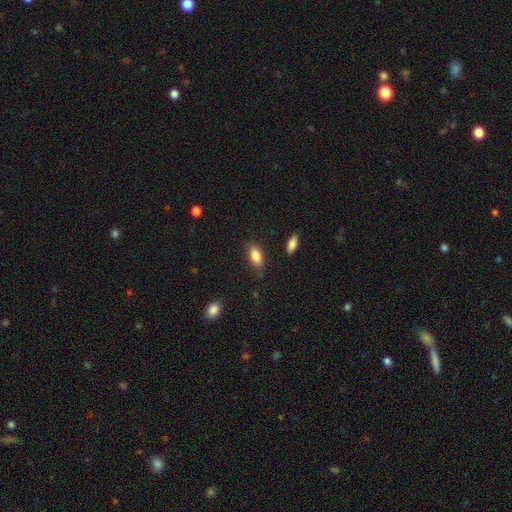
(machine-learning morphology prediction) smooth_or_featured: smooth (p=0.83) [alt: featured or disk p=0.09]
how_rounded: in between (p=0.86) [alt: cigar-shaped p=0.08]
merging: none (p=0.80) [alt: minor disturbance p=0.15]